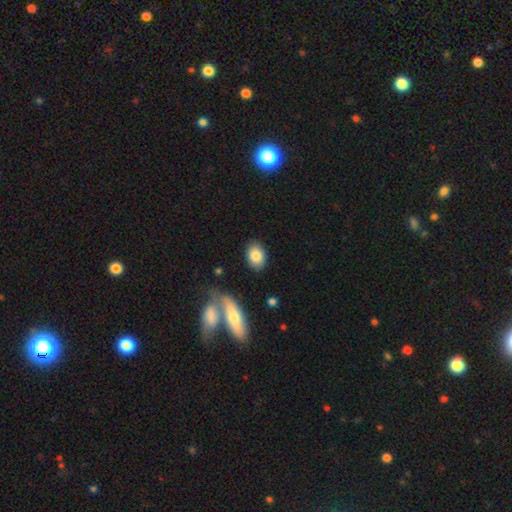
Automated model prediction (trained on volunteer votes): Smooth or featured? smooth (84%)
How rounded? in between (80%)
Merging? none (85%)